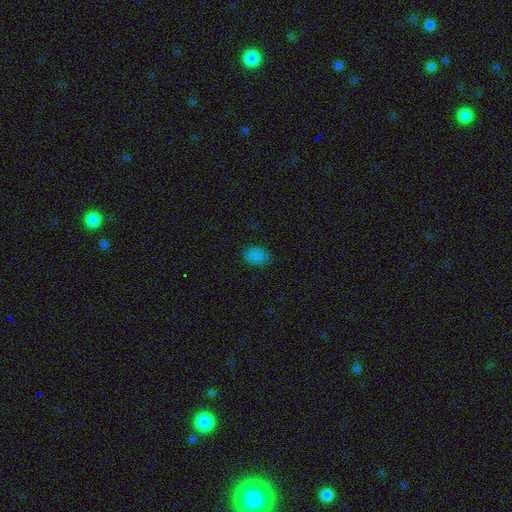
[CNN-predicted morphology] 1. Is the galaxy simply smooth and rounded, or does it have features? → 83% smooth, 14% star or artifact, 4% featured or disk.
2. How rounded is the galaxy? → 81% in between, 18% round, 1% cigar-shaped.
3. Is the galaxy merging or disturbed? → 80% none, 16% minor disturbance, 3% major disturbance, 1% merger.